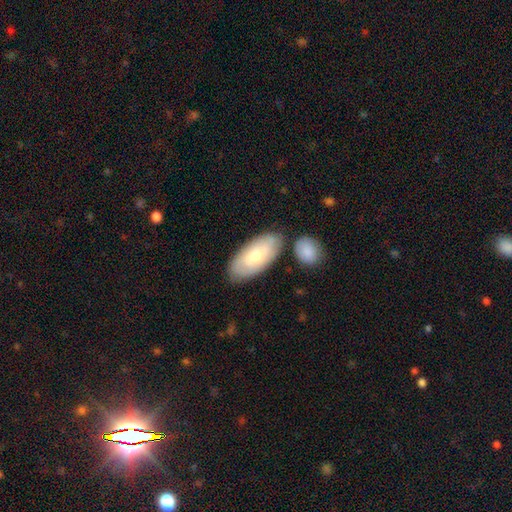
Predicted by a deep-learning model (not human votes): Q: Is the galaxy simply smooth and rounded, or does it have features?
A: smooth — 66%.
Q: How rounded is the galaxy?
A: in between — 90%.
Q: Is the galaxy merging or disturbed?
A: none — 74%.